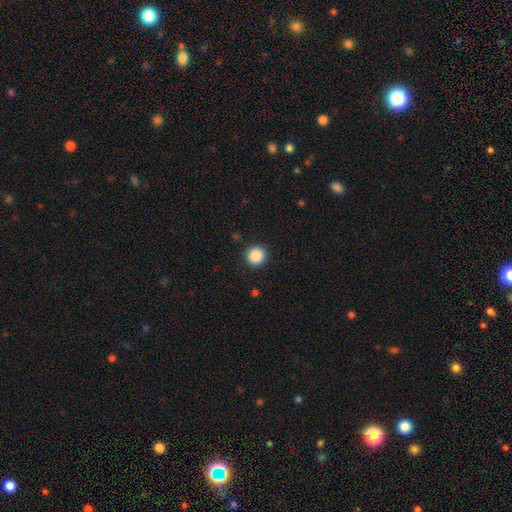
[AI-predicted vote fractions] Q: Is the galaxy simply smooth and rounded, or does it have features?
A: smooth — 88%.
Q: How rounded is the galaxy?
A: round — 94%.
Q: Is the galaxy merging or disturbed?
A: none — 91%.